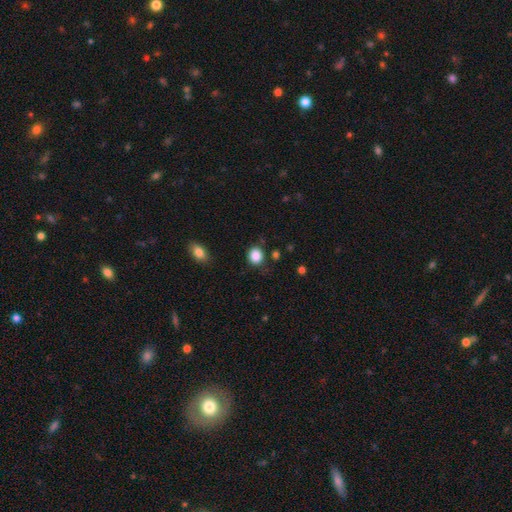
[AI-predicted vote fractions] Smooth or featured?
  - smooth: 87% *
  - star or artifact: 9%
  - featured or disk: 3%
How rounded?
  - round: 74% *
  - in between: 25%
  - cigar-shaped: 1%
Merging?
  - none: 78% *
  - minor disturbance: 15%
  - major disturbance: 4%
  - merger: 3%